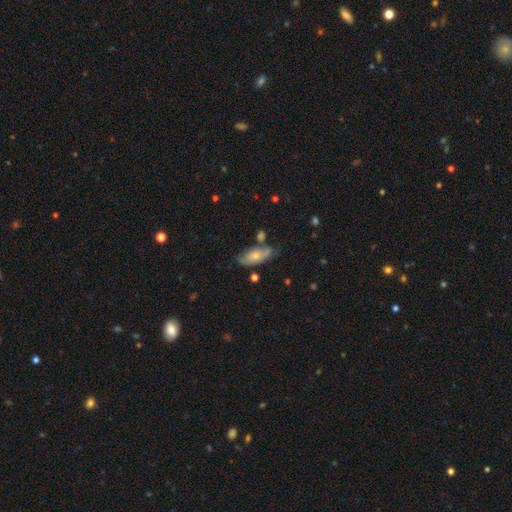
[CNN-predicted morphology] A smooth galaxy with no disk features (62%) that is in between round and cigar-shaped (81%). Merging: none (59%).